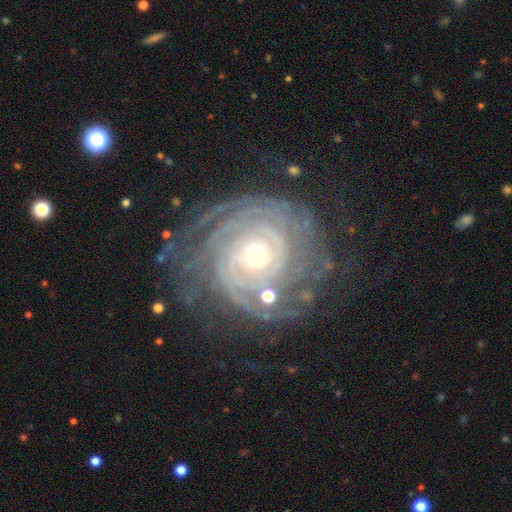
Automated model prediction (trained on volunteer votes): Q: Smooth or featured?
A: featured or disk (90%); runner-up: star or artifact (6%)
Q: Edge-on disk?
A: no (97%); runner-up: yes (3%)
Q: Bar?
A: no (76%); runner-up: weak (16%)
Q: Spiral arms?
A: yes (97%); runner-up: no (3%)
Q: Spiral winding?
A: tight (84%); runner-up: medium (14%)
Q: Spiral arm count?
A: can't tell (26%); runner-up: more than 4 (18%)
Q: Bulge size?
A: small (59%); runner-up: moderate (36%)
Q: Merging?
A: none (71%); runner-up: minor disturbance (17%)